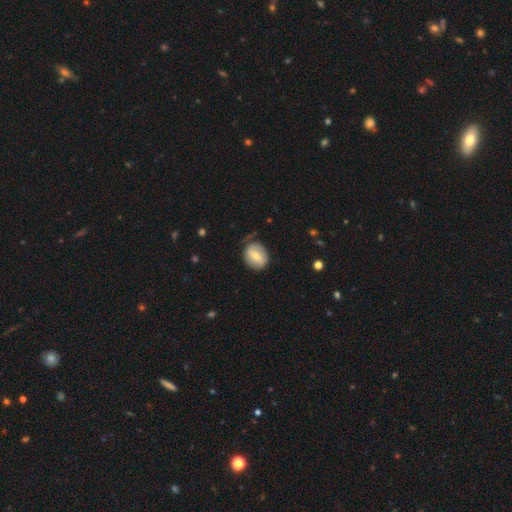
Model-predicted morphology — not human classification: smooth 47%, featured or disk 46%, star or artifact 6%. Down the decision tree: merging — none (70%).